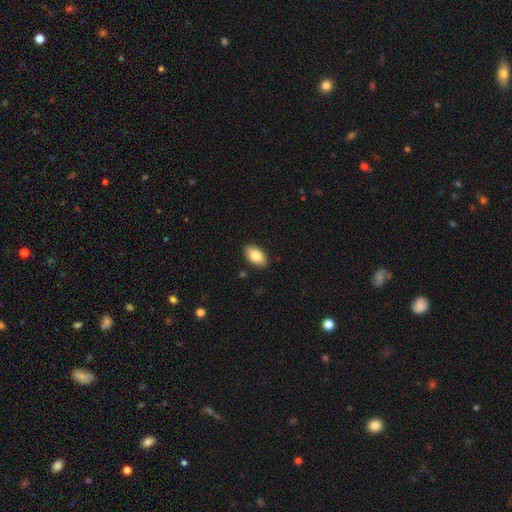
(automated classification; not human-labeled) A smooth galaxy with no disk features (83%) that is in between round and cigar-shaped (93%).

Vote fractions:
- Smooth or featured? smooth: 83% / featured or disk: 11% / star or artifact: 7%
- How rounded? in between: 93% / round: 4% / cigar-shaped: 2%
- Merging? none: 89% / minor disturbance: 9% / major disturbance: 2% / merger: 1%